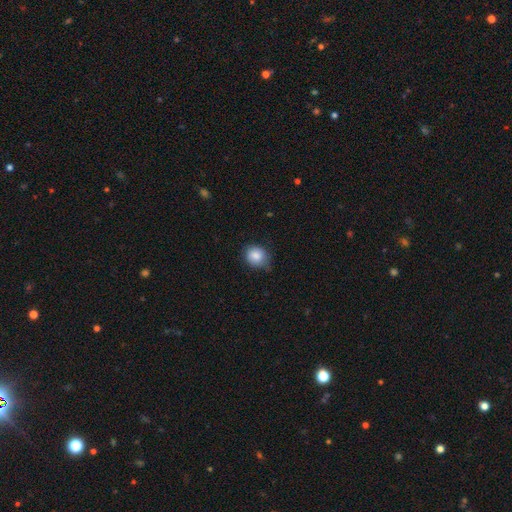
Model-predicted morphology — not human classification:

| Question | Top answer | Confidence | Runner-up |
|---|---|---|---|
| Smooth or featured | smooth | 85% | star or artifact (8%) |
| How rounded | round | 75% | in between (24%) |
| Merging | none | 66% | minor disturbance (28%) |